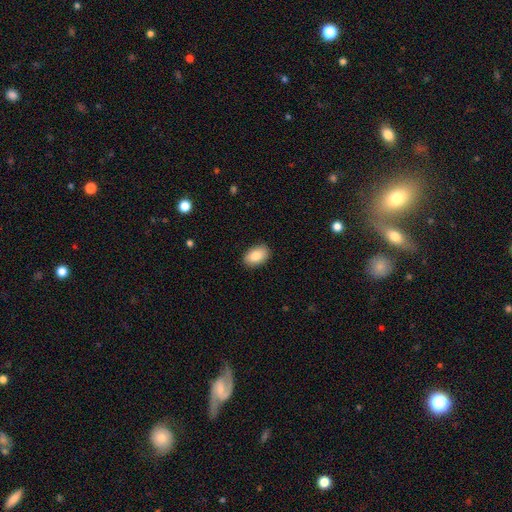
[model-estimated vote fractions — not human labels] Smooth or featured? smooth (86%)
How rounded? in between (91%)
Merging? none (88%)